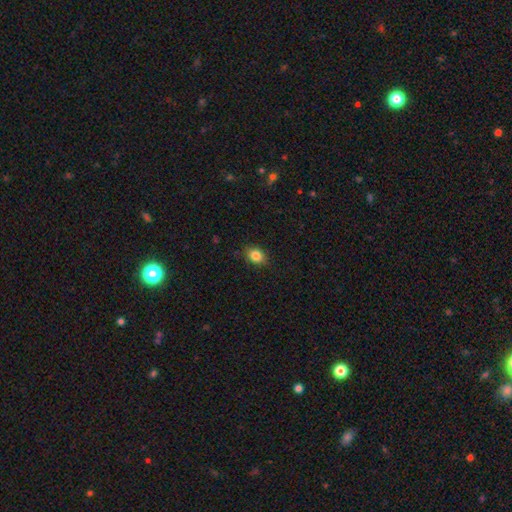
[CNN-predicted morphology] This appears to be a smooth galaxy with no disk features (84%) that is in between round and cigar-shaped (59%). Merging: none (85%).